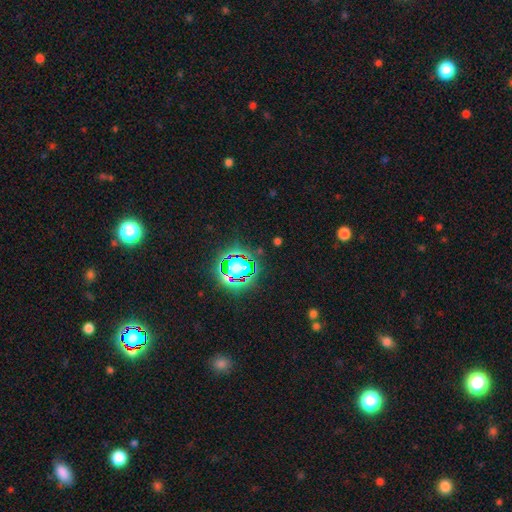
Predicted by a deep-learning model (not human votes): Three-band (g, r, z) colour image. It shows a star or artifact, not a galaxy (81%).